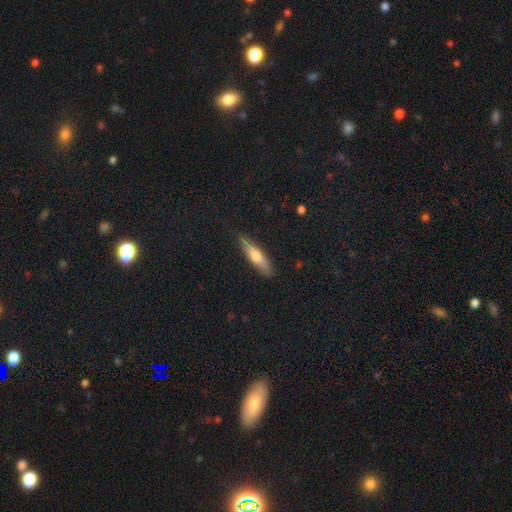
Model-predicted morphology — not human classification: type=smooth (61%); roundness=cigar-shaped (72%); merging=none (80%).